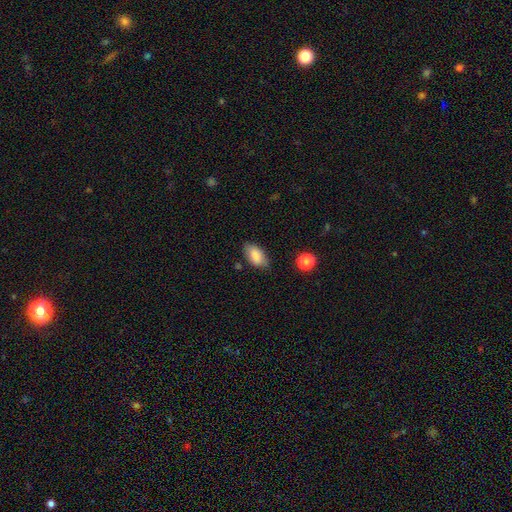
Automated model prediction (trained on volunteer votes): Smooth or featured?
  - smooth: 86% *
  - star or artifact: 7%
  - featured or disk: 6%
How rounded?
  - in between: 93% *
  - round: 4%
  - cigar-shaped: 3%
Merging?
  - none: 76% *
  - minor disturbance: 18%
  - major disturbance: 4%
  - merger: 2%